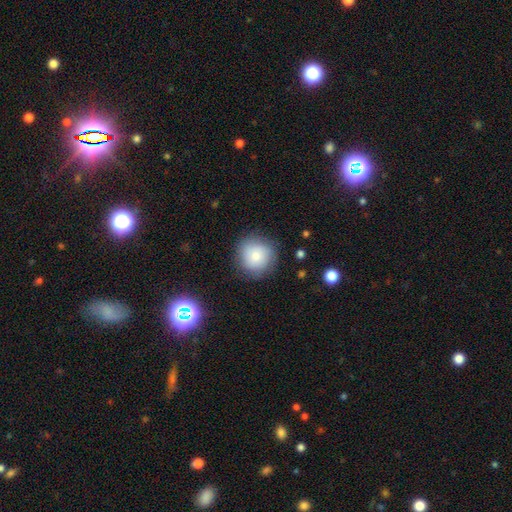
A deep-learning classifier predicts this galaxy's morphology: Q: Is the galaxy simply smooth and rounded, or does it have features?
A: smooth — 77%.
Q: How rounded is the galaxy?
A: round — 92%.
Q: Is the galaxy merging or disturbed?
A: none — 82%.